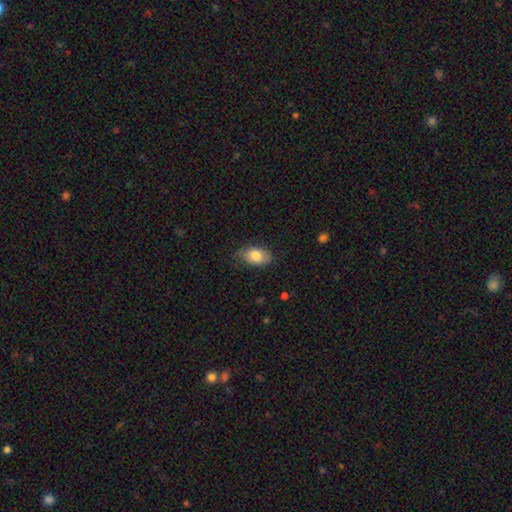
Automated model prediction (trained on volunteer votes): smooth_or_featured: smooth (p=0.82) [alt: featured or disk p=0.11]
how_rounded: in between (p=0.91) [alt: round p=0.07]
merging: none (p=0.79) [alt: minor disturbance p=0.17]